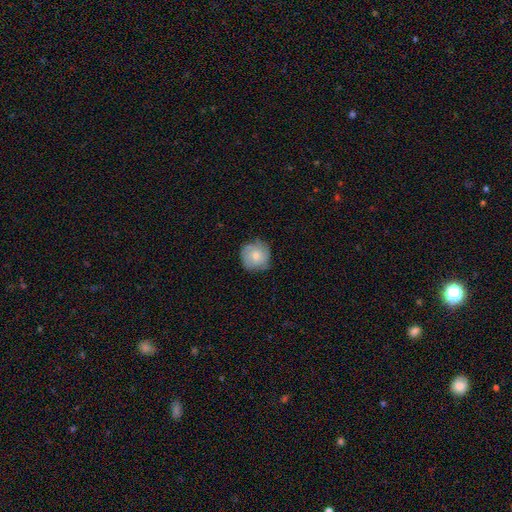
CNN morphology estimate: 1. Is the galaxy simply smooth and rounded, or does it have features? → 64% smooth, 29% featured or disk, 7% star or artifact.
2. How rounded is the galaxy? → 92% round, 7% in between, 1% cigar-shaped.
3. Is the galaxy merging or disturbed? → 74% none, 21% minor disturbance, 4% major disturbance, 1% merger.